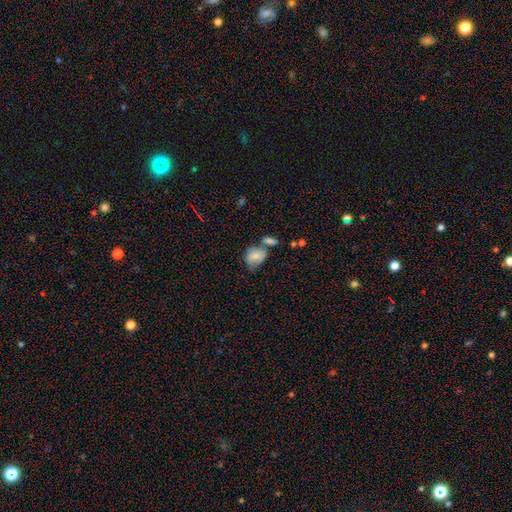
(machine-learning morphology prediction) Smooth or featured? smooth (72%)
How rounded? in between (54%)
Merging? merger (32%, tied with none)